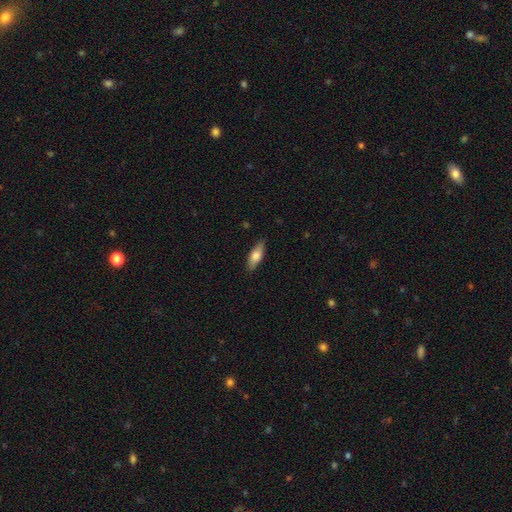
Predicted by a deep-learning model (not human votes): Smooth or featured? smooth (69%)
How rounded? in between (63%)
Merging? none (87%)